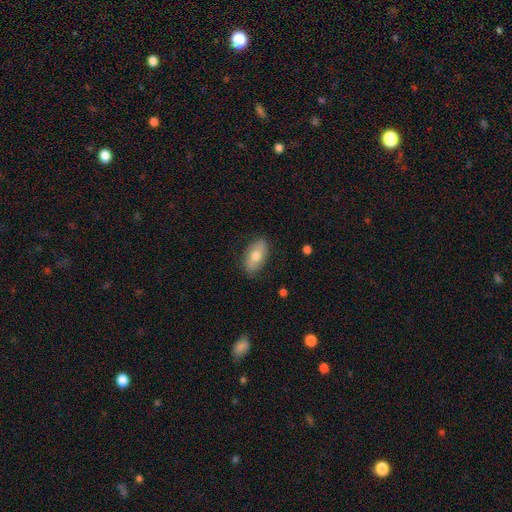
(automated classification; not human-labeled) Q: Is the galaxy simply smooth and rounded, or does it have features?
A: smooth — 67%.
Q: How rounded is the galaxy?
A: in between — 92%.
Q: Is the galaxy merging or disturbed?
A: none — 85%.